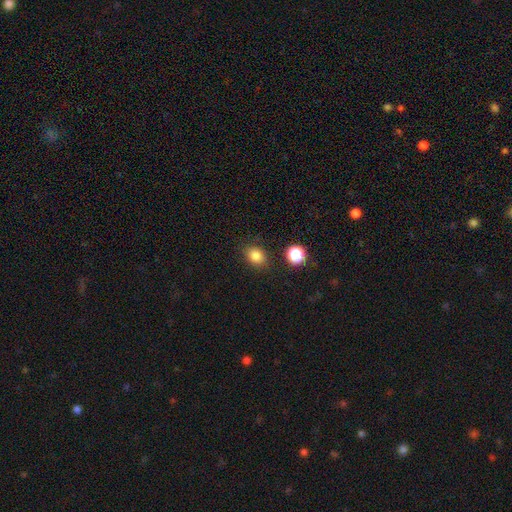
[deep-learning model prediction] The model was most divided on "how rounded": in between: 50%, round: 49%, cigar-shaped: 1%. More confident: merging — none (84%); smooth or featured — smooth (82%).